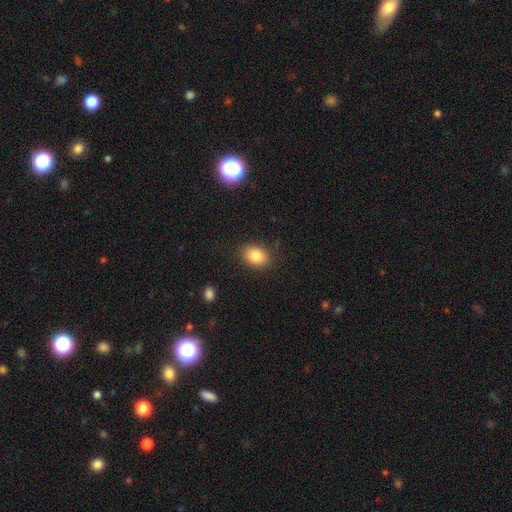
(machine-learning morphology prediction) Smooth or featured: smooth — 84% (star or artifact — 9%)
How rounded: in between — 71% (round — 28%)
Merging: none — 86% (minor disturbance — 10%)